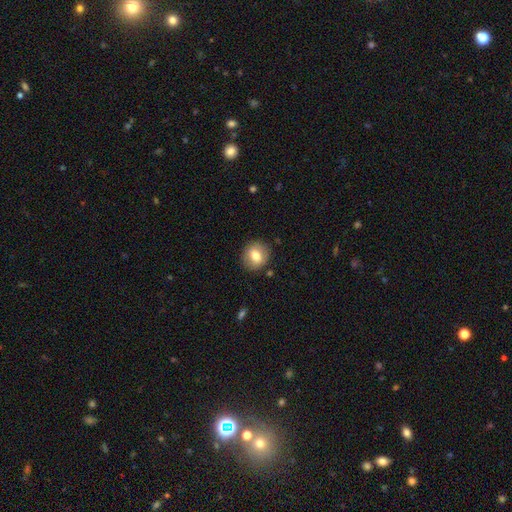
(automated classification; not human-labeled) Overall: smooth (74%). How rounded: round (82%). Merging: none (87%).